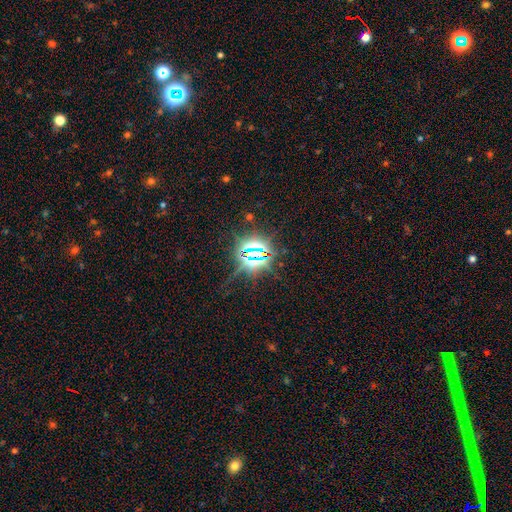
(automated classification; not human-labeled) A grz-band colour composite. It shows a star or artifact, not a galaxy (82%).